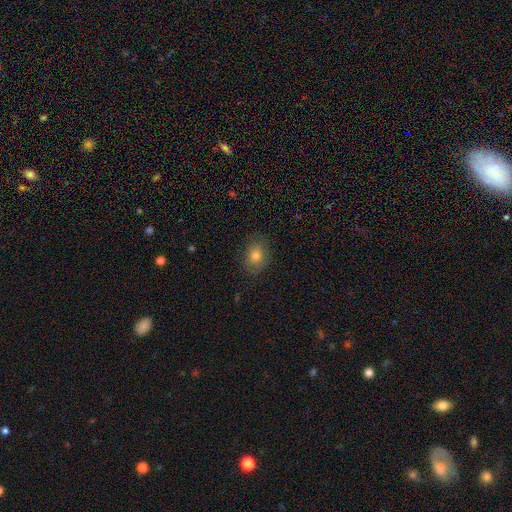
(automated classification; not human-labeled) A smooth galaxy with no disk features (76%) that is in between round and cigar-shaped (59%).

Vote fractions:
- Smooth or featured? smooth: 76% / featured or disk: 15% / star or artifact: 10%
- How rounded? in between: 59% / round: 40% / cigar-shaped: 1%
- Merging? none: 79% / minor disturbance: 16% / major disturbance: 4% / merger: 1%